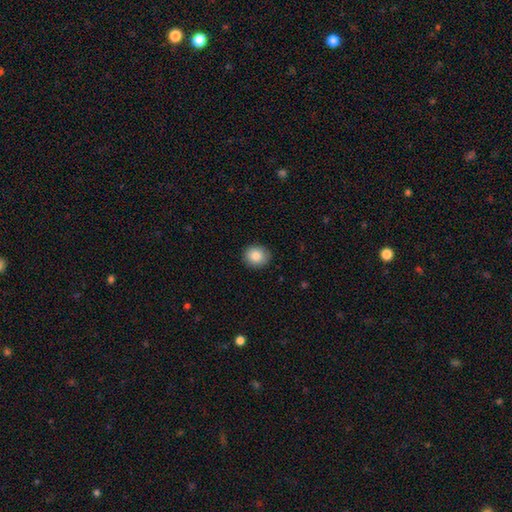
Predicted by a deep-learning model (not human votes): This is clearly a smooth galaxy (85%). How rounded: likely round (80%). Merging: clearly none (90%).